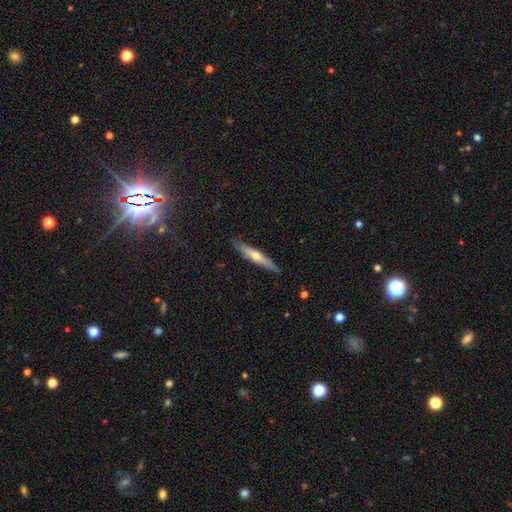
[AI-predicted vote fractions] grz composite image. It shows a featured or disk galaxy (52%) viewed edge-on (92%). Merging: none (86%).